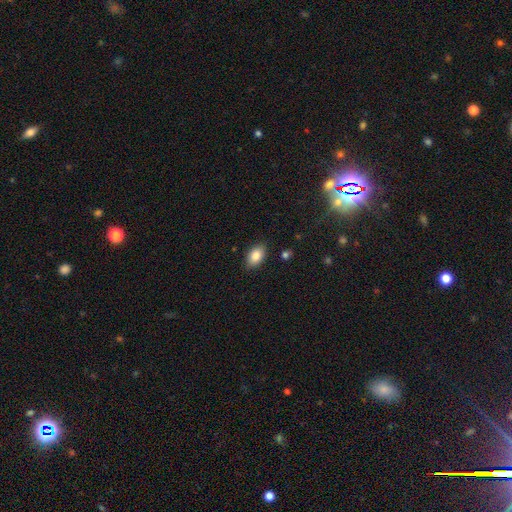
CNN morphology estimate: Q: Smooth or featured?
A: smooth (85%); runner-up: star or artifact (8%)
Q: How rounded?
A: in between (90%); runner-up: round (9%)
Q: Merging?
A: none (87%); runner-up: minor disturbance (10%)